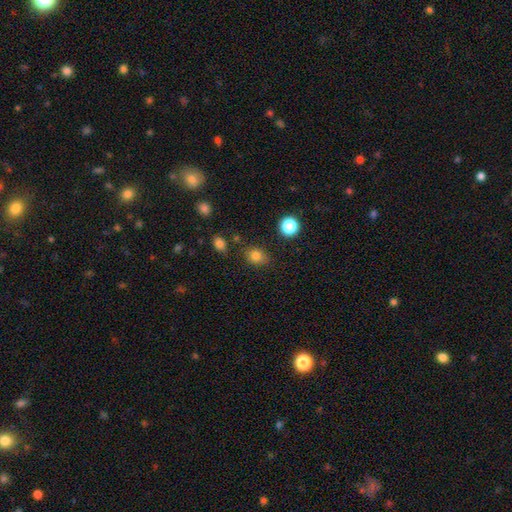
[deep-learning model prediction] Smooth or featured?
  - smooth: 81% *
  - star or artifact: 13%
  - featured or disk: 6%
How rounded?
  - round: 60% *
  - in between: 39%
  - cigar-shaped: 1%
Merging?
  - none: 76% *
  - minor disturbance: 17%
  - major disturbance: 4%
  - merger: 3%